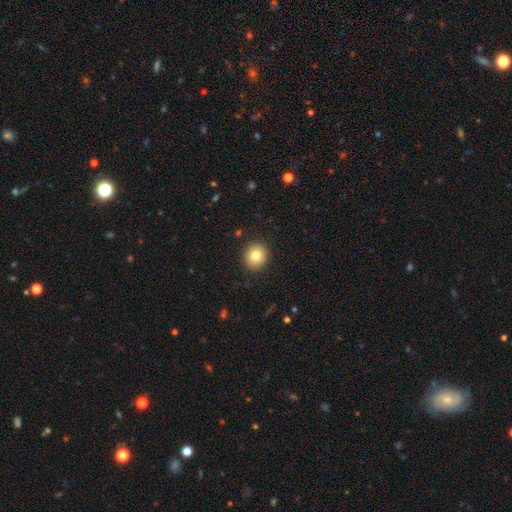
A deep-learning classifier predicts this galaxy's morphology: type=smooth (81%); roundness=round (88%); merging=none (91%).